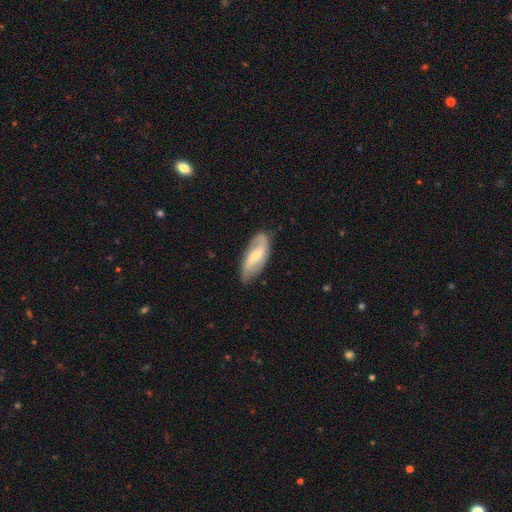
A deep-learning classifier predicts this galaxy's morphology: Smooth or featured? Predicted: featured or disk (p=0.68). Edge-on disk? Predicted: no (p=0.90). Bar? Predicted: weak (p=0.42). Spiral arms? Predicted: yes (p=0.87). Spiral winding? Predicted: loose (p=0.55). Spiral arm count? Predicted: 2 (p=0.84). Bulge size? Predicted: small (p=0.56). Merging? Predicted: none (p=0.74).